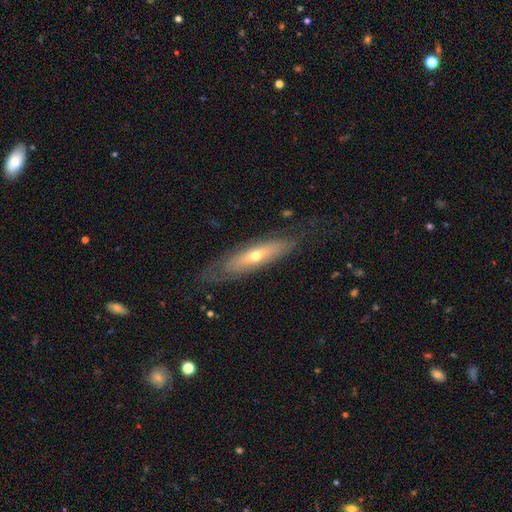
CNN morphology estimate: smooth_or_featured: featured or disk (p=0.57) [alt: smooth p=0.37]
disk_edge_on: yes (p=0.51) [alt: no p=0.49]
merging: none (p=0.71) [alt: minor disturbance p=0.18]